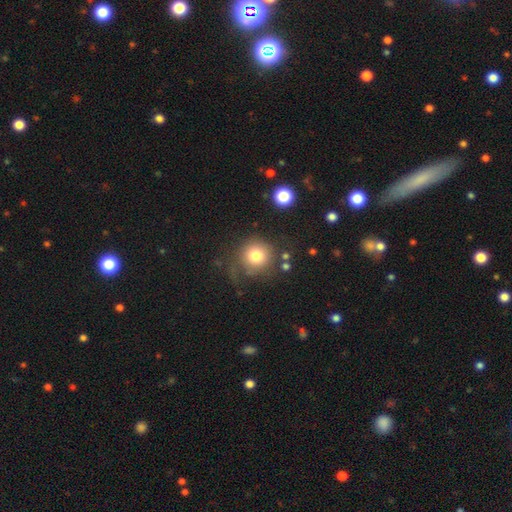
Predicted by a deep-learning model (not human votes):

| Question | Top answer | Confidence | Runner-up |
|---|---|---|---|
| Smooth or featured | smooth | 79% | star or artifact (11%) |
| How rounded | round | 91% | in between (8%) |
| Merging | none | 65% | minor disturbance (18%) |